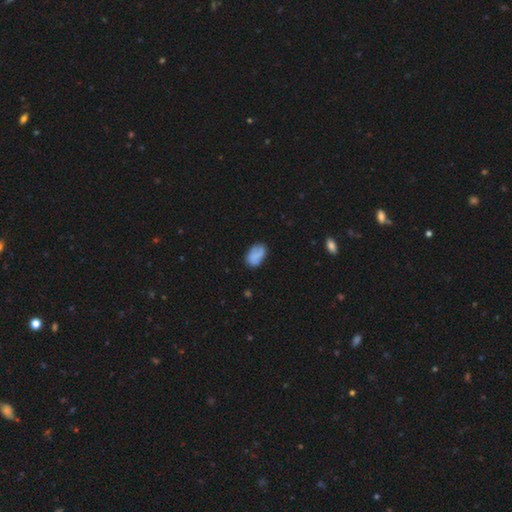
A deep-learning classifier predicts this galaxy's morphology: Smooth or featured? smooth (78%)
How rounded? in between (90%)
Merging? none (67%)